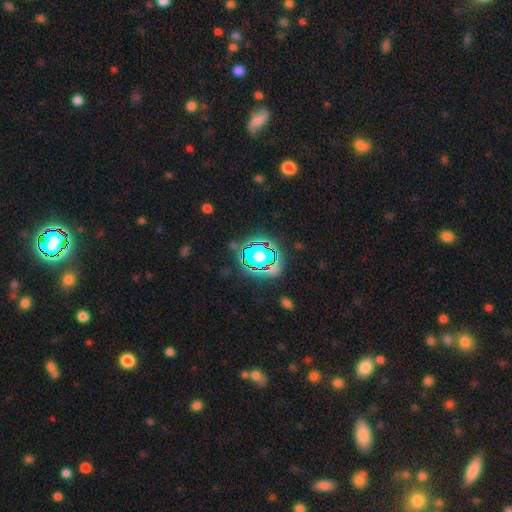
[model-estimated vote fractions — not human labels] A star or artifact, not a galaxy (77%).

Vote fractions:
- Smooth or featured? star or artifact: 77% / smooth: 14% / featured or disk: 9%